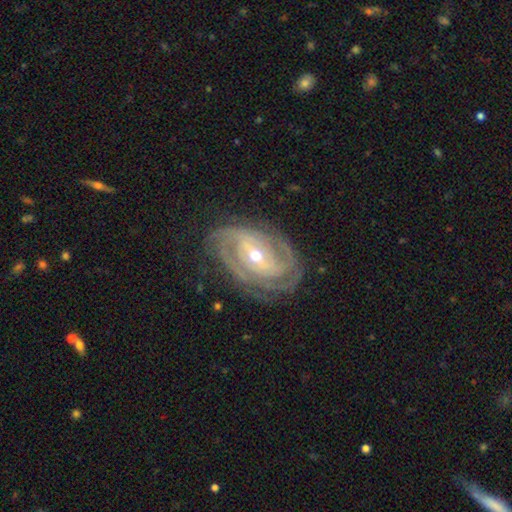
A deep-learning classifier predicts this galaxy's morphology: Smooth or featured?
  - featured or disk: 90% *
  - smooth: 5%
  - star or artifact: 5%
Edge-on disk?
  - no: 95% *
  - yes: 5%
Bar?
  - weak: 40% *
  - strong: 30%
  - no: 30%
Spiral arms?
  - yes: 97% *
  - no: 3%
Spiral winding?
  - tight: 73% *
  - medium: 23%
  - loose: 5%
Spiral arm count?
  - 2: 28% * (tied)
  - 3: 28% * (tied)
  - can't tell: 21%
  - 4: 11%
  - more than 4: 5%
  - 1: 5%
Bulge size?
  - moderate: 51% *
  - small: 46%
  - large: 2%
  - none: 1%
  - dominant: 1%
Merging?
  - none: 75% *
  - minor disturbance: 17%
  - major disturbance: 6%
  - merger: 1%